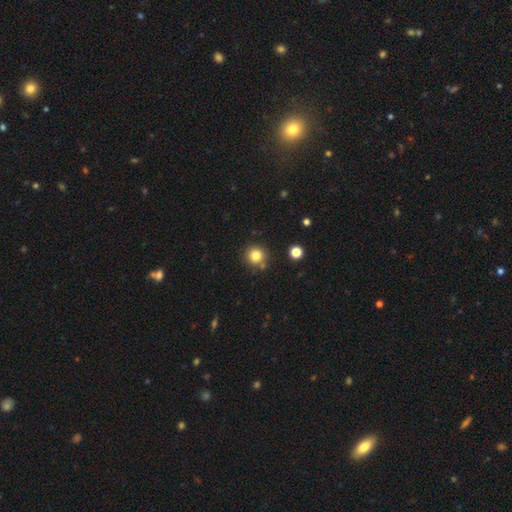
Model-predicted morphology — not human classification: A smooth galaxy with no disk features (81%) that is round (94%).

Vote fractions:
- Smooth or featured? smooth: 81% / star or artifact: 12% / featured or disk: 7%
- How rounded? round: 94% / in between: 5% / cigar-shaped: 1%
- Merging? none: 82% / minor disturbance: 8% / merger: 7% / major disturbance: 2%